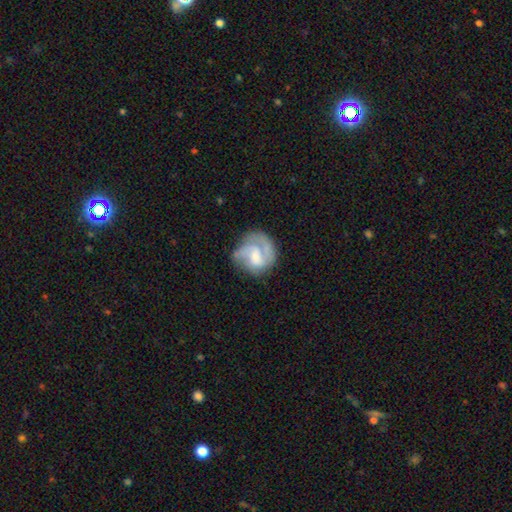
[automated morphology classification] smooth_or_featured: featured or disk (p=0.70) [alt: smooth p=0.24]
disk_edge_on: no (p=0.98) [alt: yes p=0.02]
bar: weak (p=0.46) [alt: no p=0.44]
has_spiral_arms: yes (p=0.88) [alt: no p=0.12]
spiral_winding: medium (p=0.44) [alt: tight p=0.37]
spiral_arm_count: 2 (p=0.45) [alt: 1 p=0.19]
bulge_size: moderate (p=0.43) [alt: small p=0.37]
merging: none (p=0.56) [alt: minor disturbance p=0.23]